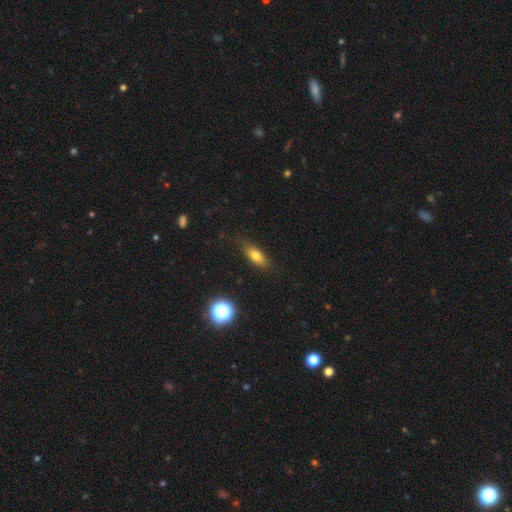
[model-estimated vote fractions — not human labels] Smooth or featured: smooth — 74% (featured or disk — 16%)
How rounded: in between — 71% (cigar-shaped — 22%)
Merging: none — 82% (minor disturbance — 13%)